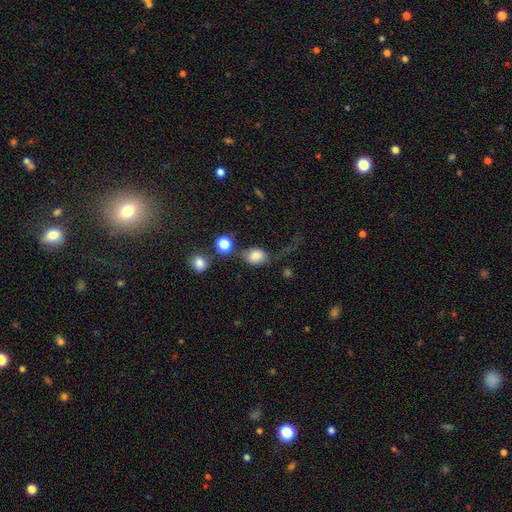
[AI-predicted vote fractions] smooth 75%, featured or disk 14%, star or artifact 10%. Down the decision tree: how rounded — in between (56%); merging — major disturbance (37%).